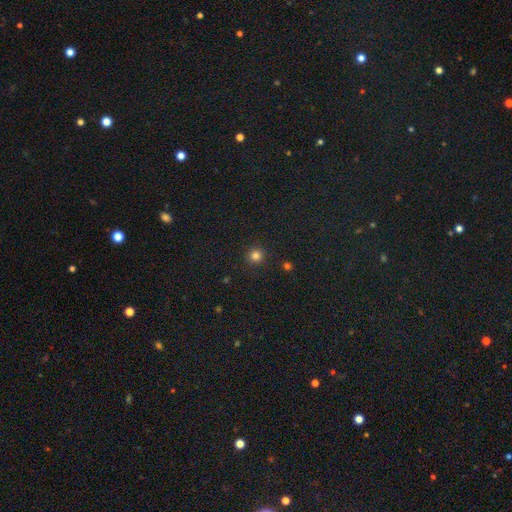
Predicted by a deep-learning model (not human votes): smooth-or-featured: smooth: 81% | star or artifact: 14% | featured or disk: 5%
  how-rounded: round: 94% | in between: 5% | cigar-shaped: 1%
  merging: none: 92% | minor disturbance: 5% | major disturbance: 2% | merger: 1%